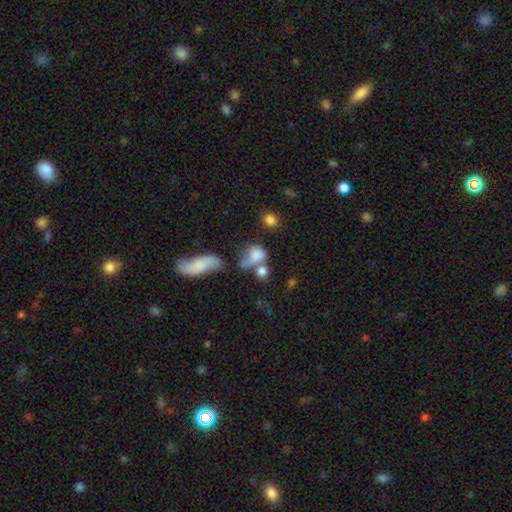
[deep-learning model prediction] Smooth or featured? smooth (71%)
How rounded? in between (58%)
Merging? merger (43%)